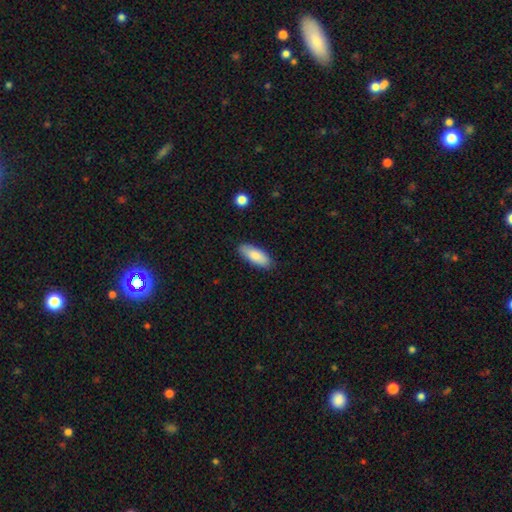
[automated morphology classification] Smooth or featured?
  - smooth: 84% *
  - featured or disk: 10%
  - star or artifact: 6%
How rounded?
  - in between: 77% *
  - cigar-shaped: 21%
  - round: 2%
Merging?
  - none: 86% *
  - minor disturbance: 11%
  - major disturbance: 2%
  - merger: 1%